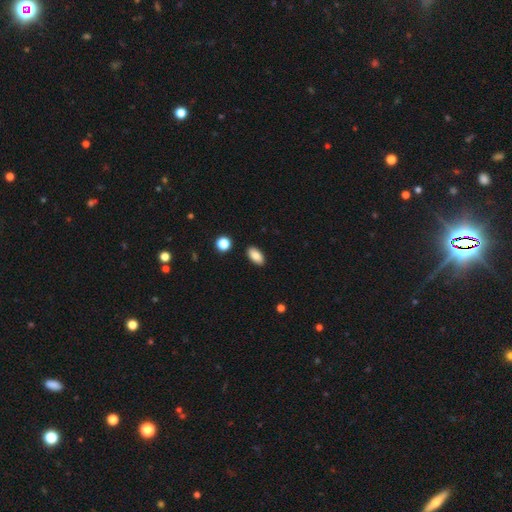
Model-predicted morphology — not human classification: Overall: smooth (86%). How rounded: in between (92%). Merging: none (89%).